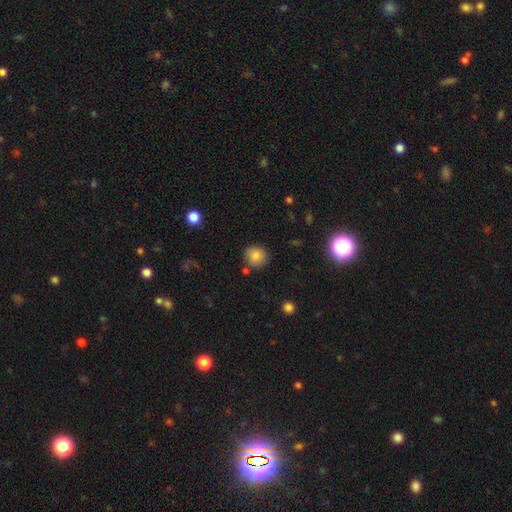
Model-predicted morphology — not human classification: A smooth galaxy with no disk features (83%) that is round (88%). Merging: none (82%).